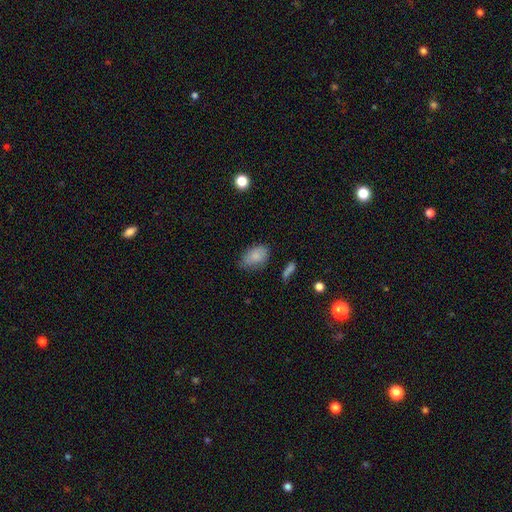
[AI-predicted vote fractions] Q: Smooth or featured?
A: smooth (83%); runner-up: featured or disk (10%)
Q: How rounded?
A: in between (87%); runner-up: round (11%)
Q: Merging?
A: none (64%); runner-up: minor disturbance (27%)